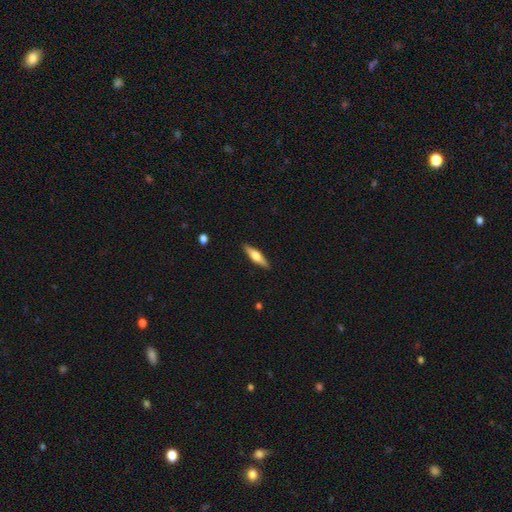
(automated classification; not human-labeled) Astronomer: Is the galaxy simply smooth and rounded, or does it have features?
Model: featured or disk — 51% (runner-up: smooth, 43%).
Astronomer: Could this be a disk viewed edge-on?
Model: yes — 95%.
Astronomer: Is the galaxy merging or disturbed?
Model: none — 89%.